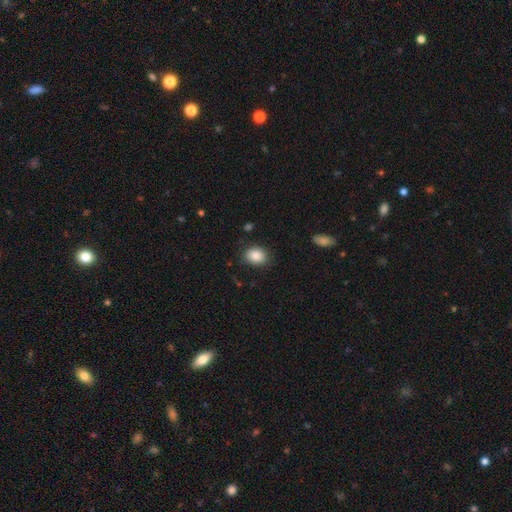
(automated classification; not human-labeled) Overall: smooth (87%). How rounded: in between (52%; round 47%). Merging: none (84%).